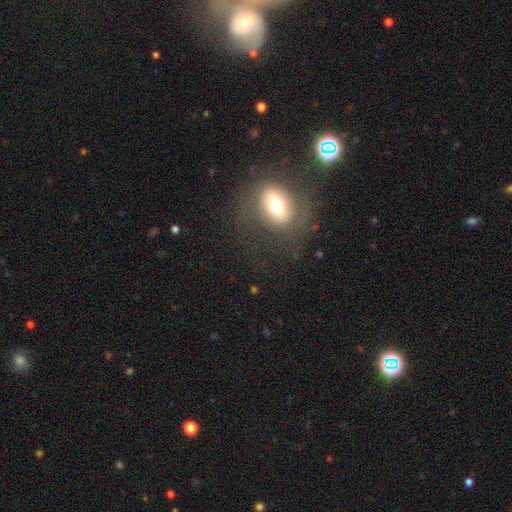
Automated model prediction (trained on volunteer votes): smooth 46%, featured or disk 33%, star or artifact 21%. Down the decision tree: merging — none (71%).